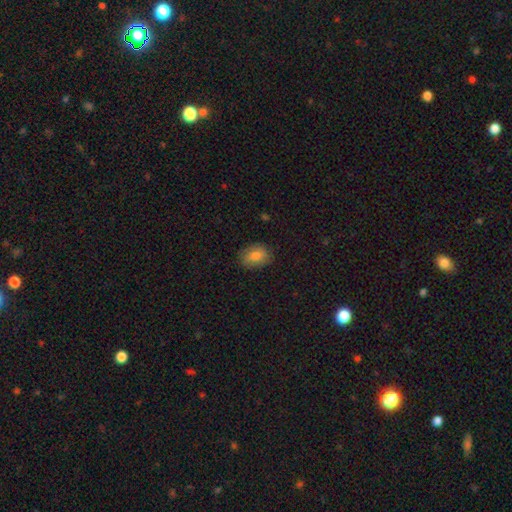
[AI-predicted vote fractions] Overall: smooth (76%). How rounded: in between (73%). Merging: none (79%).